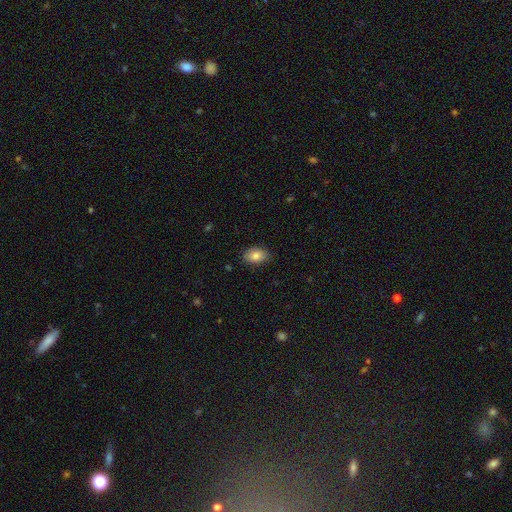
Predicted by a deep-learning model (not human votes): Overall: smooth (83%). How rounded: in between (87%). Merging: none (84%).